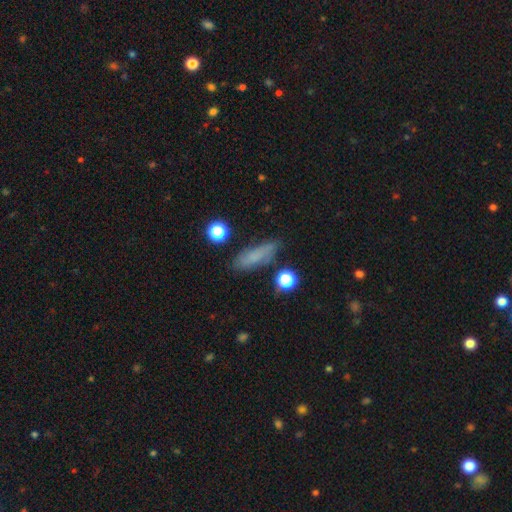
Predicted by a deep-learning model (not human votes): This appears to be a smooth galaxy with no disk features (70%) that is cigar-shaped (48%). Merging: none (76%).